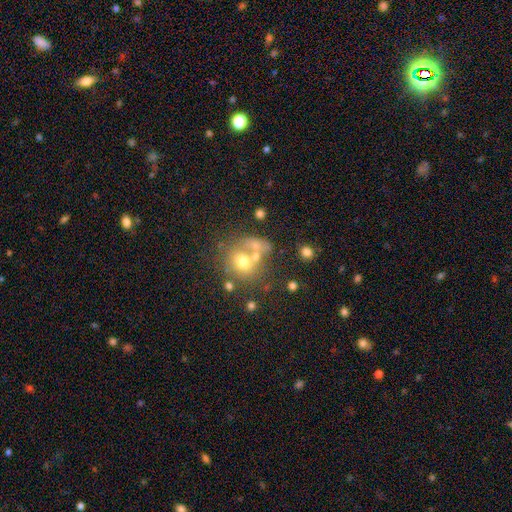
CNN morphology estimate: A smooth galaxy with no disk features (61%) that is round (65%). Merging: merger (41%).